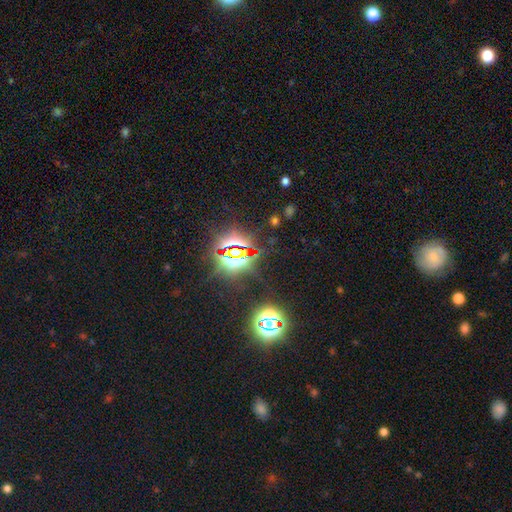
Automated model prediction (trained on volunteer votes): Smooth or featured: star or artifact — 80% (smooth — 14%)